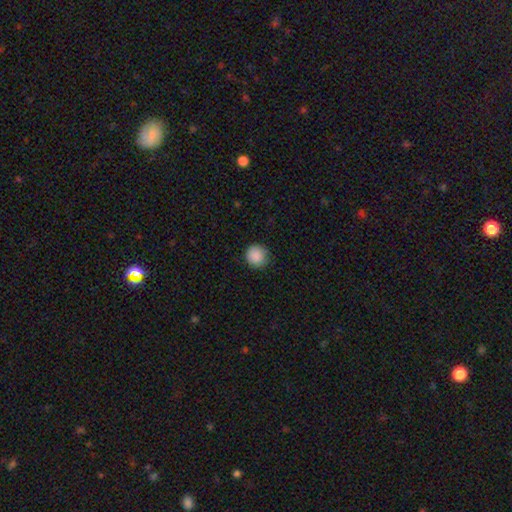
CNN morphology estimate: Smooth or featured?
  - smooth: 89% *
  - star or artifact: 8%
  - featured or disk: 3%
How rounded?
  - round: 94% *
  - in between: 5%
  - cigar-shaped: 1%
Merging?
  - none: 86% *
  - minor disturbance: 11%
  - major disturbance: 2%
  - merger: 1%